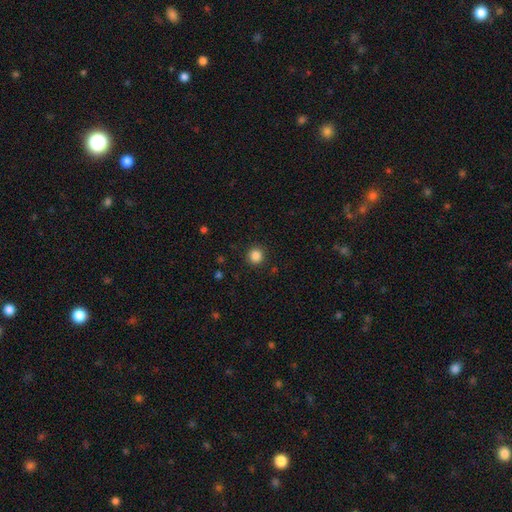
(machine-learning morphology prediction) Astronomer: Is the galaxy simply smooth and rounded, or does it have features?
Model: smooth — 85%.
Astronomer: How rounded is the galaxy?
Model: round — 94%.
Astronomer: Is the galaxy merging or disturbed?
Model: none — 92%.